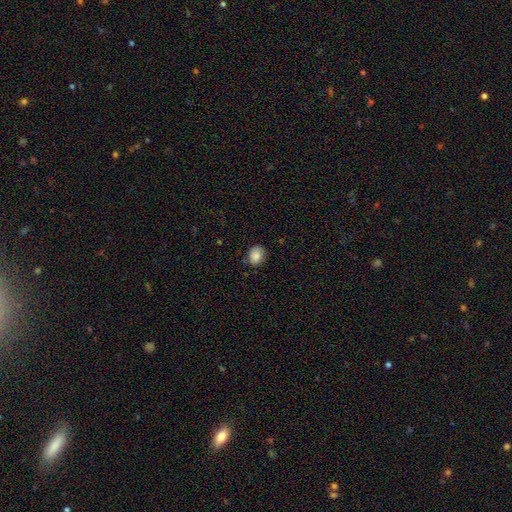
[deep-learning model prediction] smooth_or_featured: smooth (p=0.86) [alt: star or artifact p=0.09]
how_rounded: round (p=0.53) [alt: in between p=0.47]
merging: none (p=0.79) [alt: minor disturbance p=0.16]